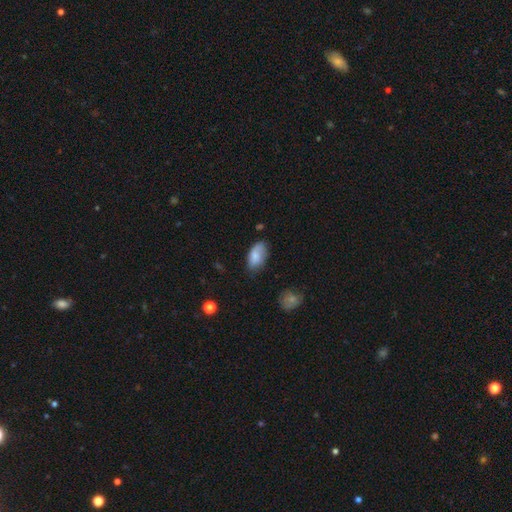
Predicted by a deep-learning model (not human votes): smooth_or_featured: smooth (p=0.80) [alt: featured or disk p=0.13]
how_rounded: in between (p=0.94) [alt: round p=0.03]
merging: none (p=0.66) [alt: minor disturbance p=0.26]